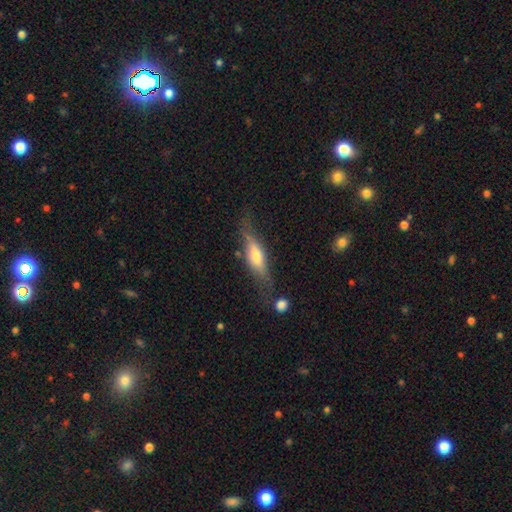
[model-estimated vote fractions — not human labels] smooth-or-featured: featured or disk: 49% | smooth: 45% | star or artifact: 6%
  merging: none: 62% | minor disturbance: 23% | major disturbance: 10% | merger: 4%